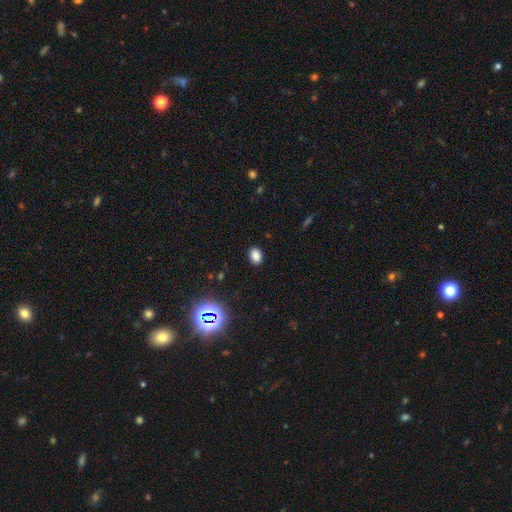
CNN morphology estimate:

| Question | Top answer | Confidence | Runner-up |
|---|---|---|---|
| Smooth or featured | smooth | 83% | star or artifact (14%) |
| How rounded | in between | 75% | round (24%) |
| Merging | none | 89% | minor disturbance (8%) |